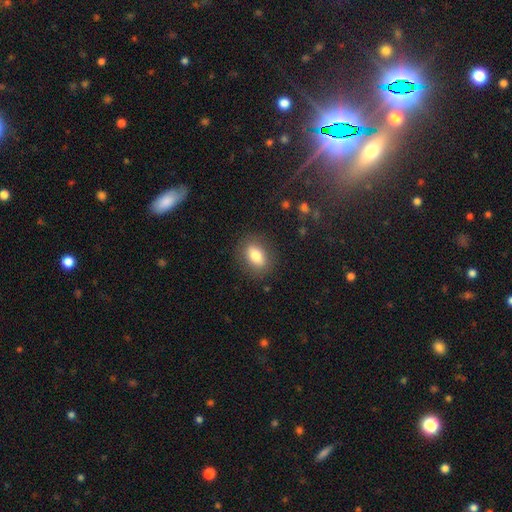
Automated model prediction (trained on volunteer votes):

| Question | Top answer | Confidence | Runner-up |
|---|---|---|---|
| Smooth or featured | smooth | 77% | featured or disk (15%) |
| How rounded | in between | 76% | round (20%) |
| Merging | none | 85% | minor disturbance (10%) |